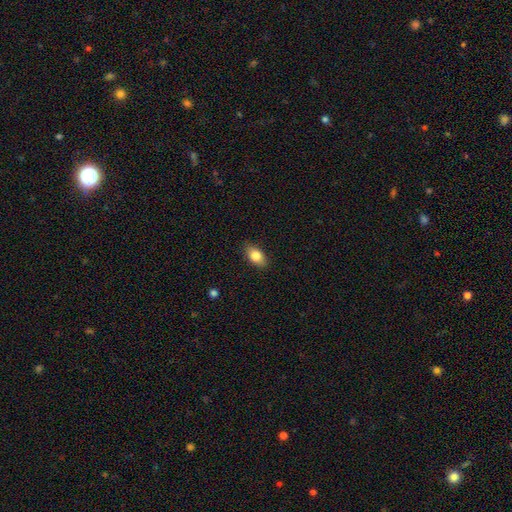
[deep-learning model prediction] Q: Smooth or featured?
A: smooth (83%); runner-up: featured or disk (10%)
Q: How rounded?
A: in between (89%); runner-up: round (8%)
Q: Merging?
A: none (86%); runner-up: minor disturbance (11%)